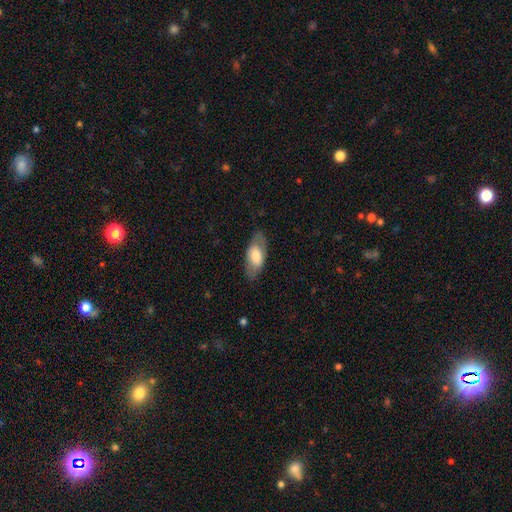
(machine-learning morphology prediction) Smooth or featured? Predicted: smooth (p=0.60). How rounded? Predicted: in between (p=0.88). Merging? Predicted: none (p=0.79).